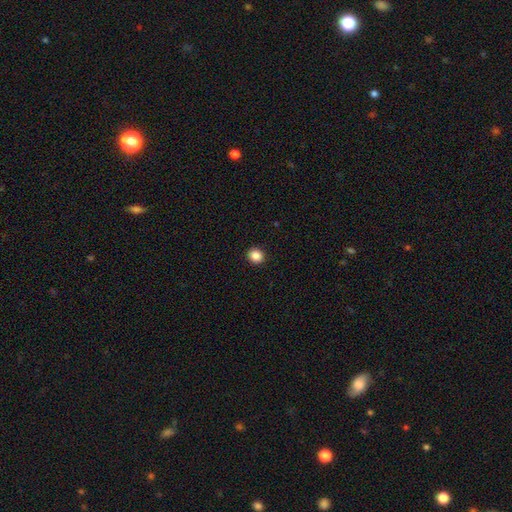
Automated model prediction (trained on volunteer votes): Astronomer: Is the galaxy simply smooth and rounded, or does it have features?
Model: smooth — 87%.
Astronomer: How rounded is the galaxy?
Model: round — 80%.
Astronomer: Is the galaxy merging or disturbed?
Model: none — 92%.